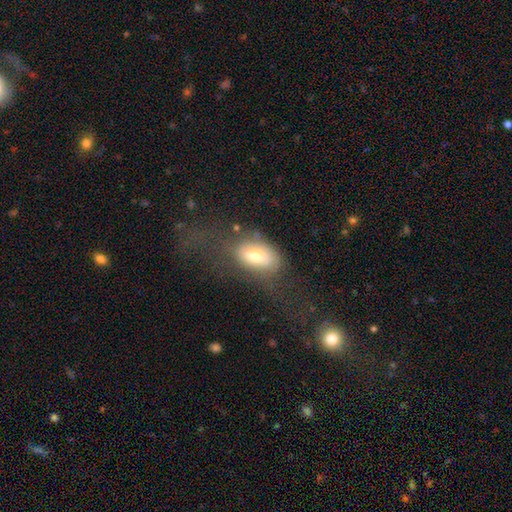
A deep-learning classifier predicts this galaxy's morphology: Smooth or featured?
  - smooth: 66% *
  - featured or disk: 25%
  - star or artifact: 9%
How rounded?
  - in between: 88% *
  - round: 9%
  - cigar-shaped: 3%
Merging?
  - major disturbance: 43% *
  - none: 33%
  - minor disturbance: 20%
  - merger: 4%